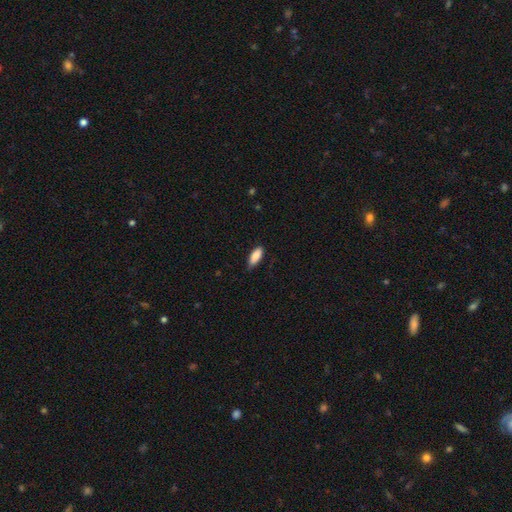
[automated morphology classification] This is clearly a smooth galaxy (87%). How rounded: likely in between (76%). Merging: likely none (77%).